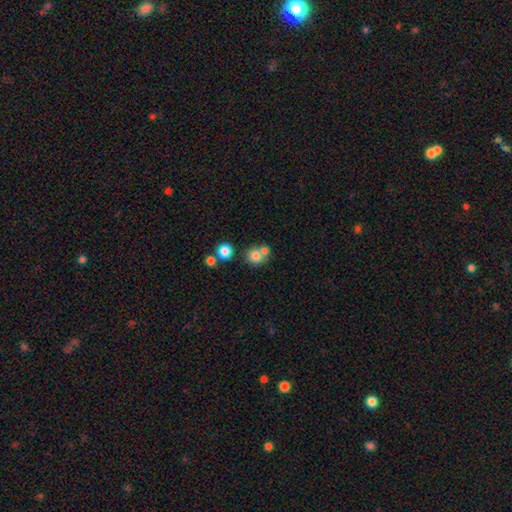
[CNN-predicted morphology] A smooth galaxy with no disk features (77%) that is round (81%).

Vote fractions:
- Smooth or featured? smooth: 77% / star or artifact: 12% / featured or disk: 11%
- How rounded? round: 81% / in between: 18% / cigar-shaped: 1%
- Merging? none: 47% / merger: 41% / minor disturbance: 8% / major disturbance: 4%